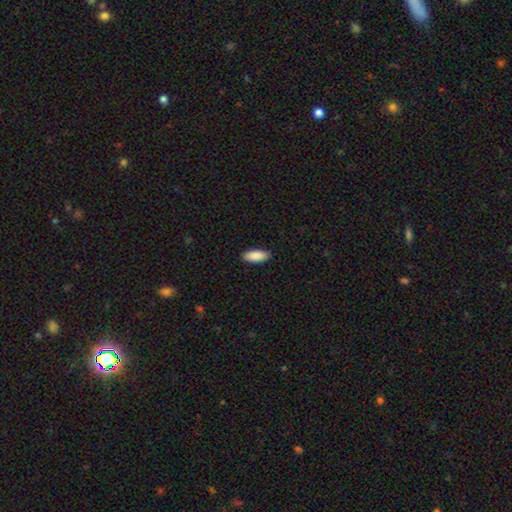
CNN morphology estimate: A smooth galaxy with no disk features (90%) that is in between round and cigar-shaped (80%). Merging: none (90%).